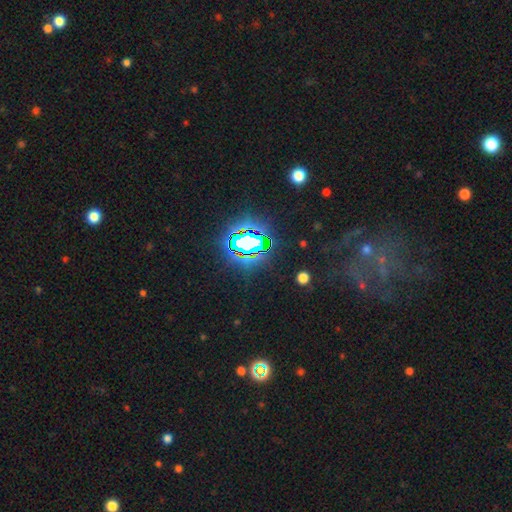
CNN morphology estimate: The model was most divided on "smooth or featured": star or artifact: 76%, smooth: 13%, featured or disk: 12%.